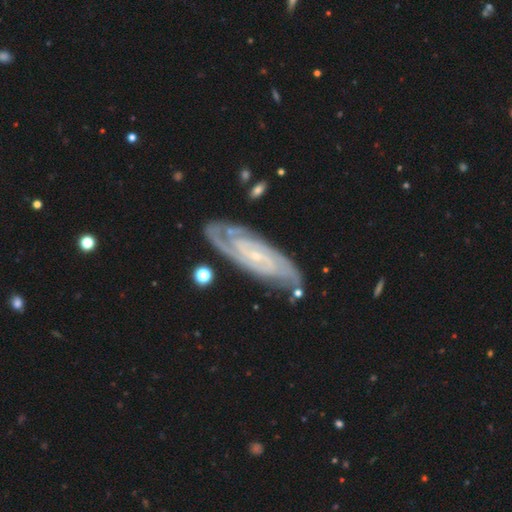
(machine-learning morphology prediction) type=featured or disk (89%); edge-on=no (92%); bar=no (53%); spiral arms=yes (98%); winding=tight (72%); arm count=2 (49%); bulge=small (84%); merging=none (78%).